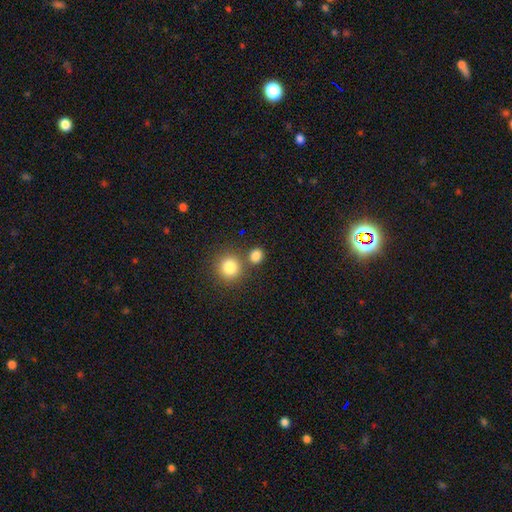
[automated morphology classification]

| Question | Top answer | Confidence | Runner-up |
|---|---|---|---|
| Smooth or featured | smooth | 83% | star or artifact (13%) |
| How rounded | round | 79% | in between (20%) |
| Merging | none | 71% | merger (18%) |